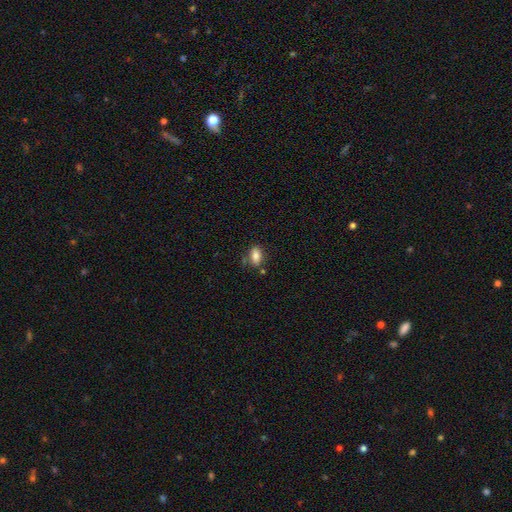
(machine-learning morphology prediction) A smooth galaxy with no disk features (82%) that is in between round and cigar-shaped (86%). Merging: none (74%).